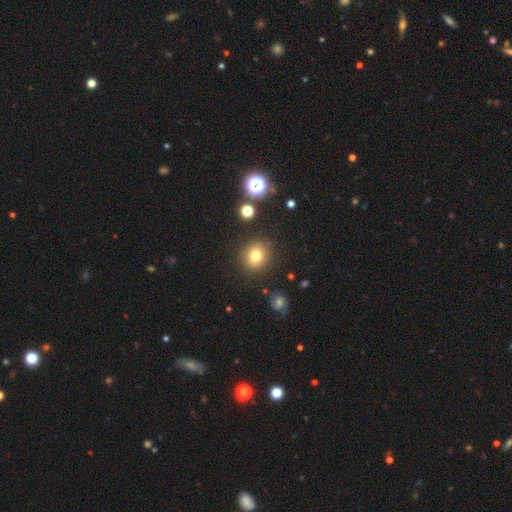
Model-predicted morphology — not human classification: This is likely a smooth galaxy (76%). How rounded: clearly round (82%). Merging: clearly none (87%).